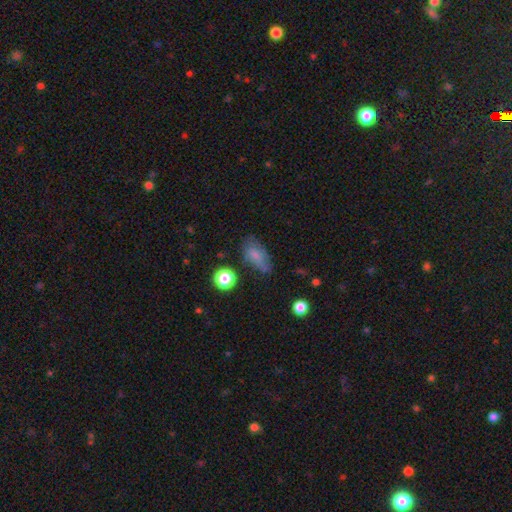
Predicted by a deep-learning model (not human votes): smooth-or-featured: smooth: 71% | featured or disk: 18% | star or artifact: 11%
  how-rounded: in between: 86% | round: 8% | cigar-shaped: 7%
  merging: none: 54% | minor disturbance: 30% | major disturbance: 12% | merger: 4%